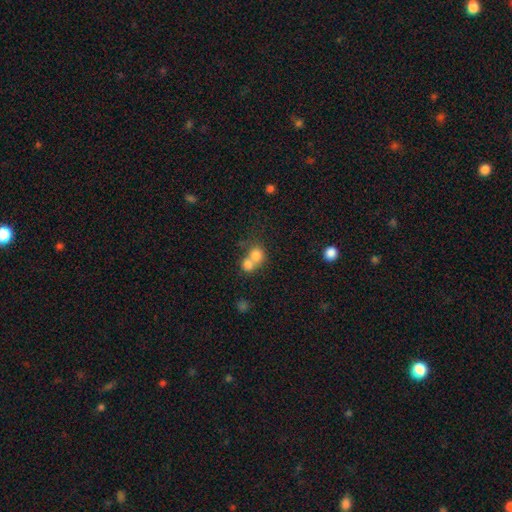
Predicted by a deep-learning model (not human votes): Smooth or featured? smooth (76%)
How rounded? round (76%)
Merging? merger (64%)